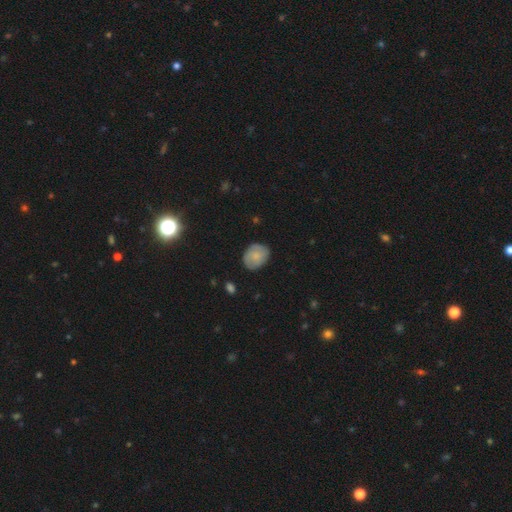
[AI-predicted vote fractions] smooth_or_featured: smooth (p=0.71) [alt: featured or disk p=0.22]
how_rounded: in between (p=0.60) [alt: round p=0.39]
merging: none (p=0.78) [alt: minor disturbance p=0.18]